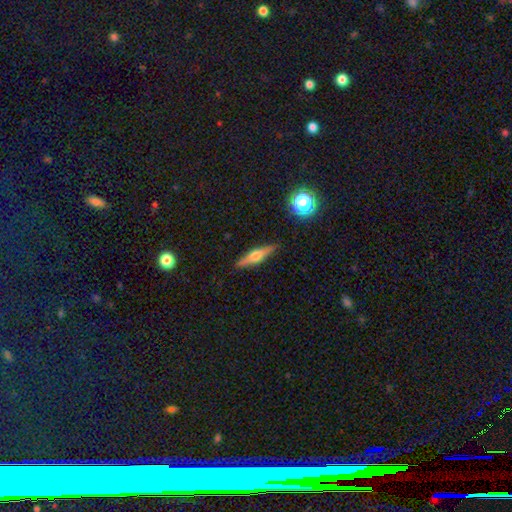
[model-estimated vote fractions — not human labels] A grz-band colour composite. It shows a featured or disk galaxy (59%) viewed edge-on (95%) with a rounded central bulge (92%). Merging: none (89%).